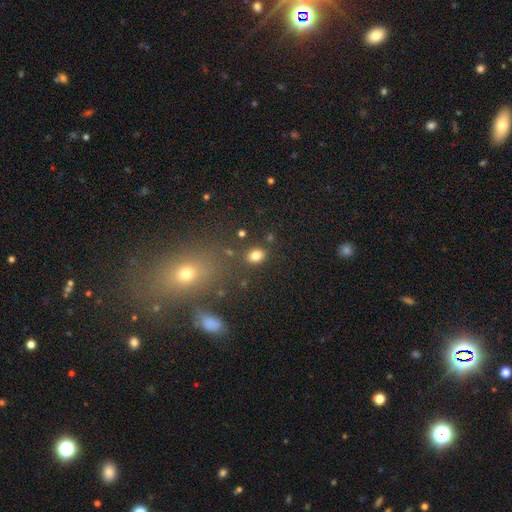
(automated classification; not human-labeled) Smooth or featured?
  - smooth: 81% *
  - star or artifact: 13%
  - featured or disk: 7%
How rounded?
  - in between: 54% *
  - round: 45%
  - cigar-shaped: 1%
Merging?
  - none: 82% *
  - minor disturbance: 10%
  - merger: 5%
  - major disturbance: 3%